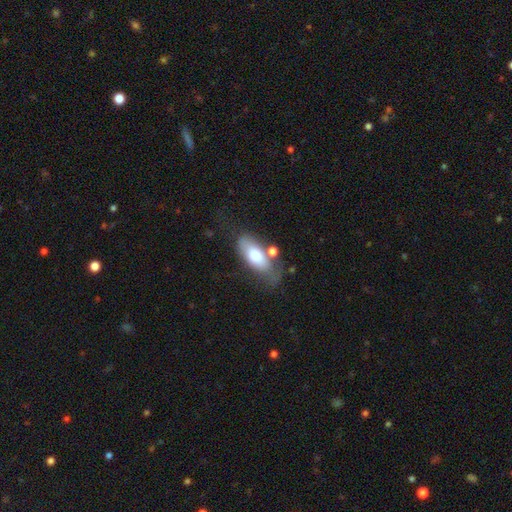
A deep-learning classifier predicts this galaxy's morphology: smooth 66%, featured or disk 27%, star or artifact 7%. Down the decision tree: how rounded — in between (83%); merging — none (50%).